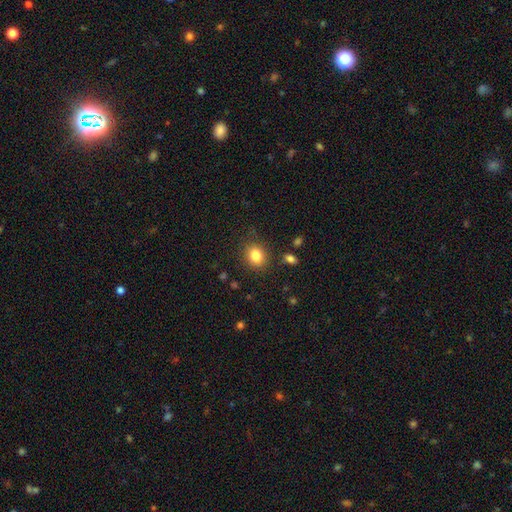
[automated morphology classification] smooth 83%, star or artifact 10%, featured or disk 6%. Down the decision tree: how rounded — round (53%); merging — none (84%).